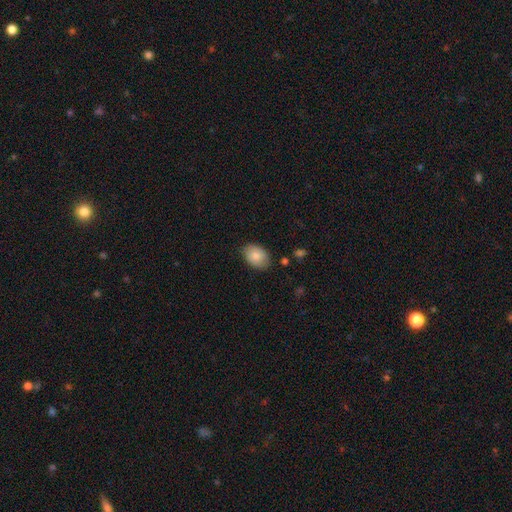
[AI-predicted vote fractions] A smooth galaxy with no disk features (83%) that is in between round and cigar-shaped (83%). Merging: none (80%).